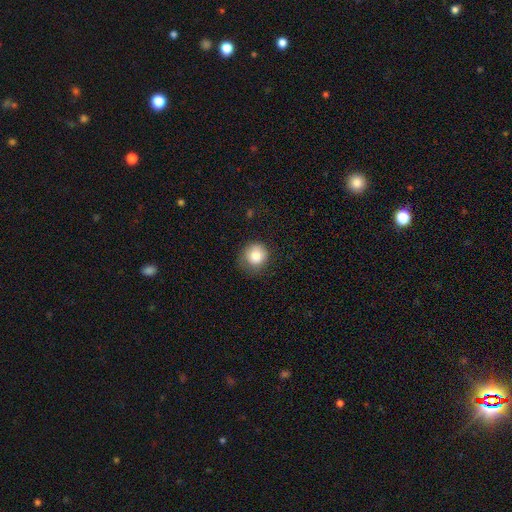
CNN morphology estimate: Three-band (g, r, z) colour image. It shows a smooth galaxy with no disk features (82%) that is round (88%). Merging: none (68%).